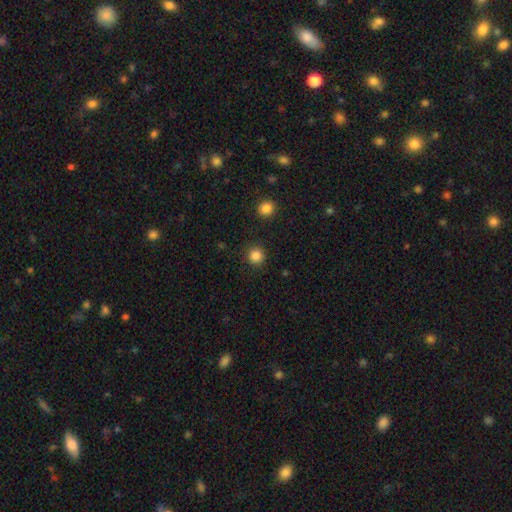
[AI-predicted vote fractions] Morphology: type=smooth (85%); roundness=round (94%); merging=none (91%).